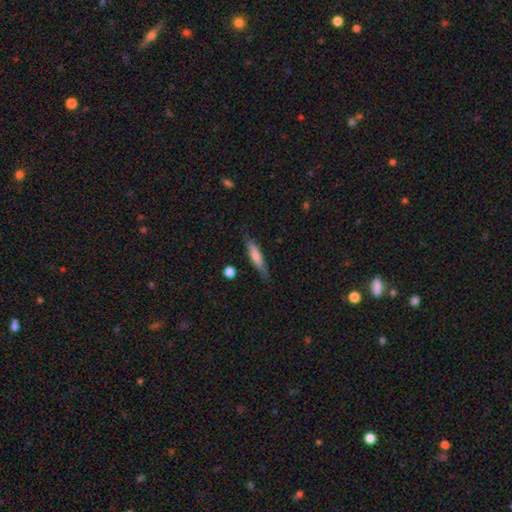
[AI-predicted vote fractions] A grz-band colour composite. It shows a smooth galaxy with no disk features (71%) that is cigar-shaped (81%). Merging: none (77%).